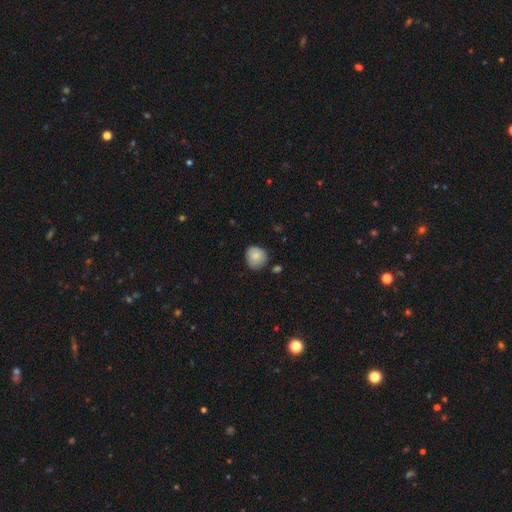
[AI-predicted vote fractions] smooth_or_featured: smooth (p=0.83) [alt: featured or disk p=0.09]
how_rounded: round (p=0.84) [alt: in between p=0.15]
merging: none (p=0.75) [alt: minor disturbance p=0.20]